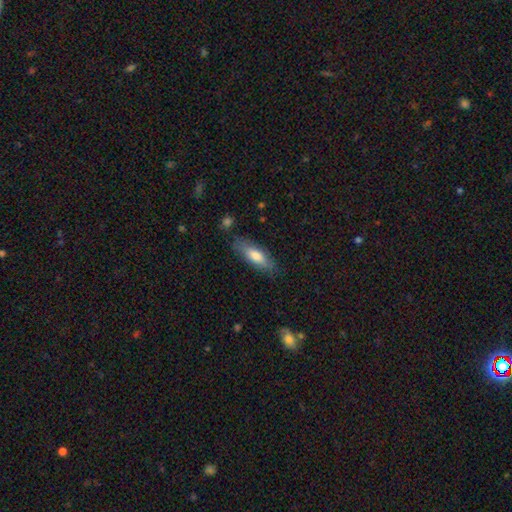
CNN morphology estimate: This appears to be a smooth galaxy with no disk features (72%) that is in between round and cigar-shaped (56%). Merging: none (79%).